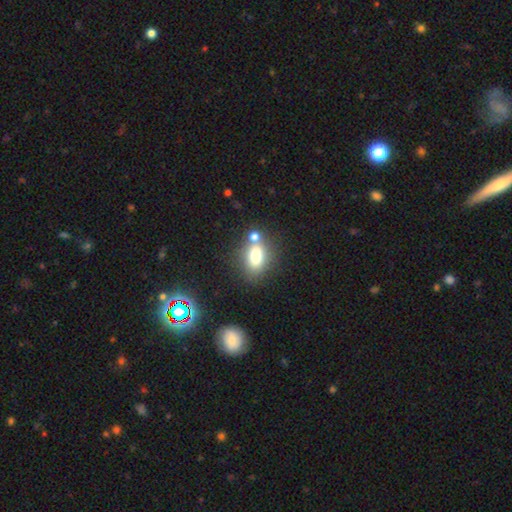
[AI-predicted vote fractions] Smooth or featured? Predicted: smooth (p=0.76). How rounded? Predicted: in between (p=0.79). Merging? Predicted: none (p=0.54).